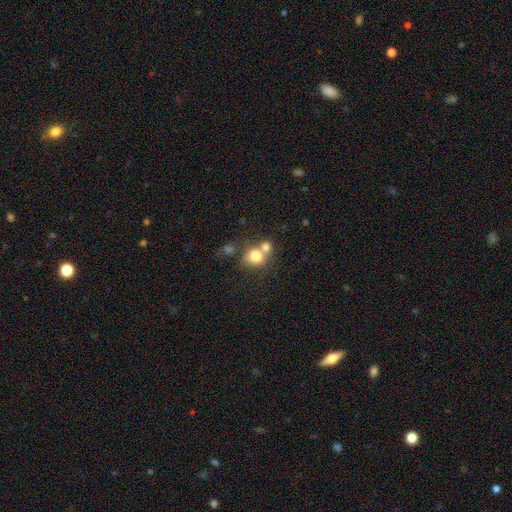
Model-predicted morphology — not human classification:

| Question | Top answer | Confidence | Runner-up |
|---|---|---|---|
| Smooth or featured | smooth | 78% | featured or disk (12%) |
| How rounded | round | 71% | in between (28%) |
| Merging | merger | 48% | none (40%) |